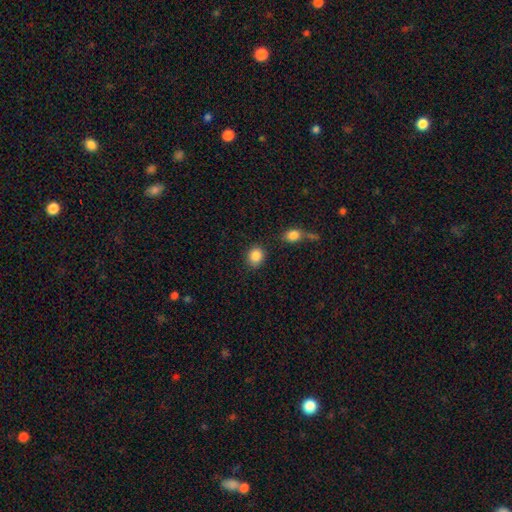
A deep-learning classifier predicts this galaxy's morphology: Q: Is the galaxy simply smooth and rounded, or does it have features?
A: smooth — 87%.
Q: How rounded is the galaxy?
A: round — 69%.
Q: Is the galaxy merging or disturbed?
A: none — 82%.